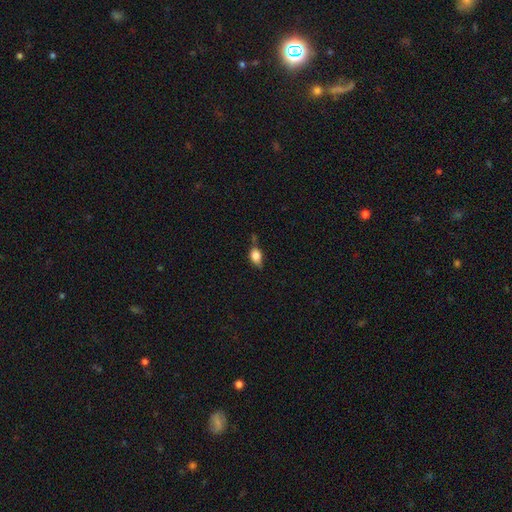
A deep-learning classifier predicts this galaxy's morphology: This appears to be a smooth galaxy with no disk features (76%) that is in between round and cigar-shaped (75%). Merging: none (52%).